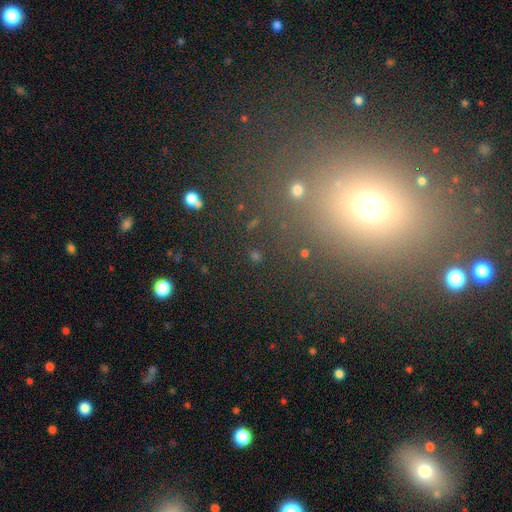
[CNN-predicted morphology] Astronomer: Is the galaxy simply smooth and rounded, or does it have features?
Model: smooth — 46% (runner-up: star or artifact, 43%).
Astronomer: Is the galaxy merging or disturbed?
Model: none — 82%.